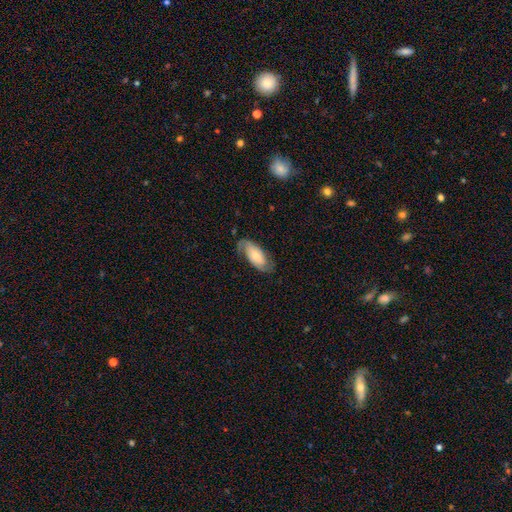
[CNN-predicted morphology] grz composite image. It shows a featured or disk galaxy (56%) with no bar (64%), spiral arms (88%) and a small central bulge (51%). Merging: none (70%).